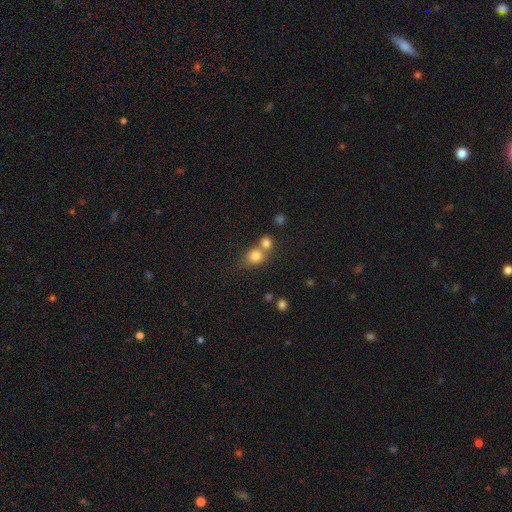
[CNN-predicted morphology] smooth 80%, star or artifact 12%, featured or disk 9%. Down the decision tree: how rounded — round (73%); merging — merger (48%).